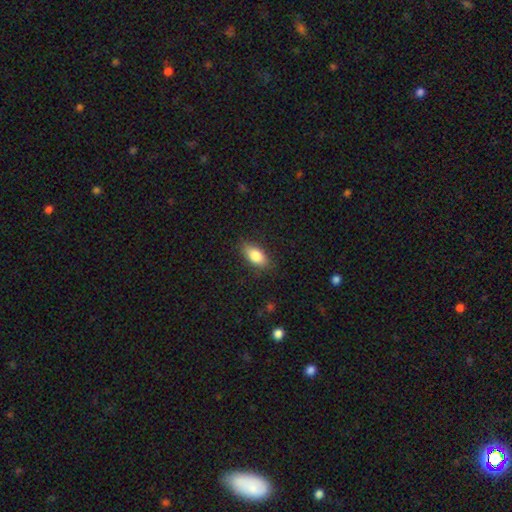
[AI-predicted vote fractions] Morphology: type=smooth (84%); roundness=in between (88%); merging=none (84%).